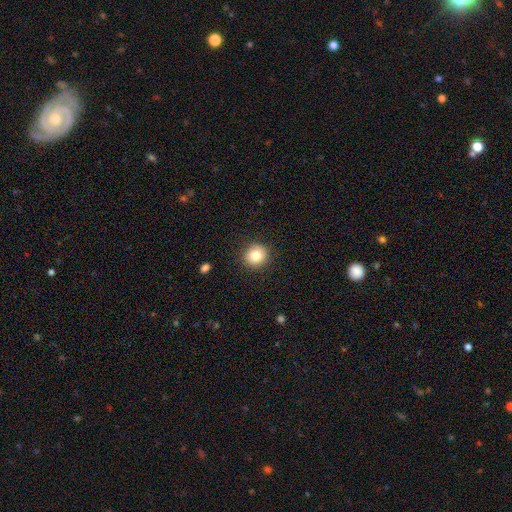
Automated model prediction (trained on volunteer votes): This appears to be a smooth galaxy with no disk features (83%) that is round (90%). Merging: none (90%).